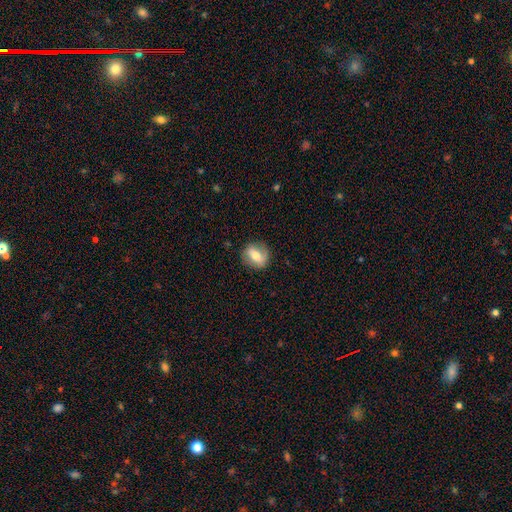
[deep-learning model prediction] Morphology: type=smooth (54%); roundness=round (61%); merging=none (81%).